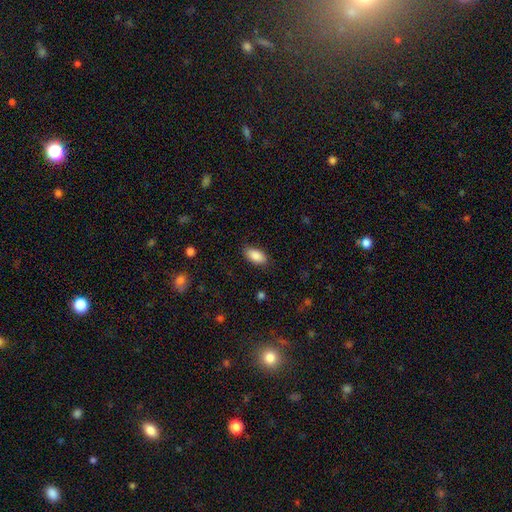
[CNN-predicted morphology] Smooth or featured: smooth — 88% (star or artifact — 7%)
How rounded: in between — 93% (cigar-shaped — 4%)
Merging: none — 85% (minor disturbance — 11%)